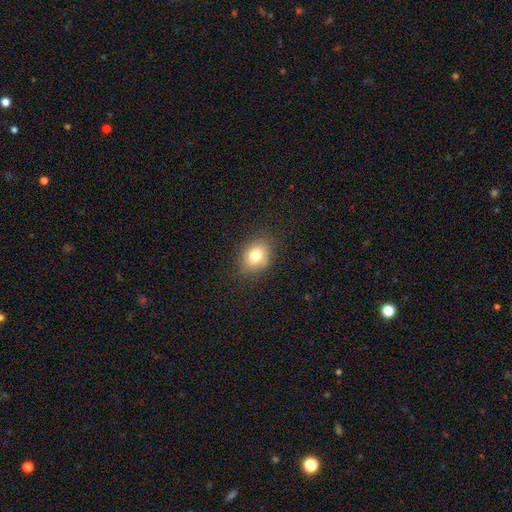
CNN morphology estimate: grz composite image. It shows a smooth galaxy with no disk features (77%) that is in between round and cigar-shaped (63%). Merging: none (80%).